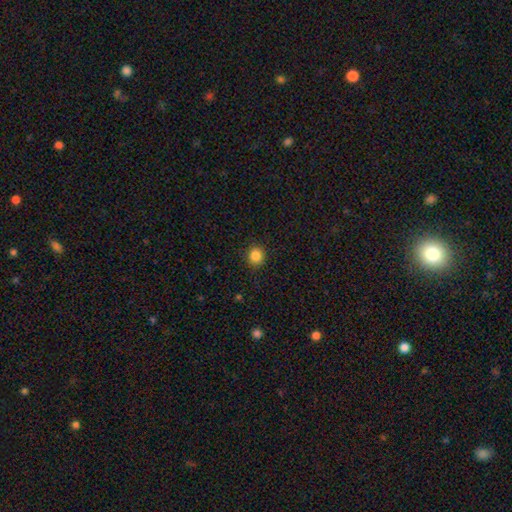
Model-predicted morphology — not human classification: Overall: smooth (85%). How rounded: round (89%). Merging: none (91%).